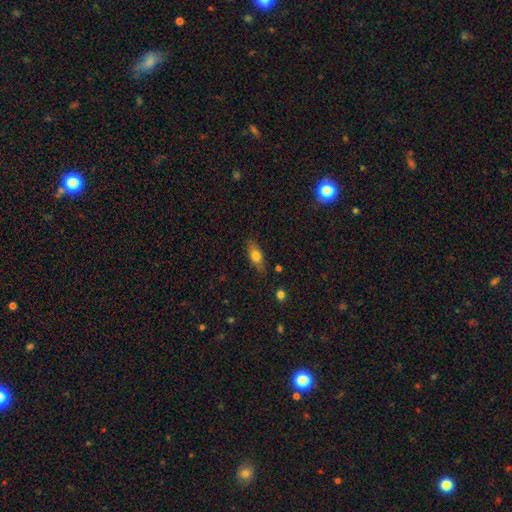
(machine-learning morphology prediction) Smooth or featured? Predicted: smooth (p=0.71). How rounded? Predicted: in between (p=0.74). Merging? Predicted: none (p=0.79).